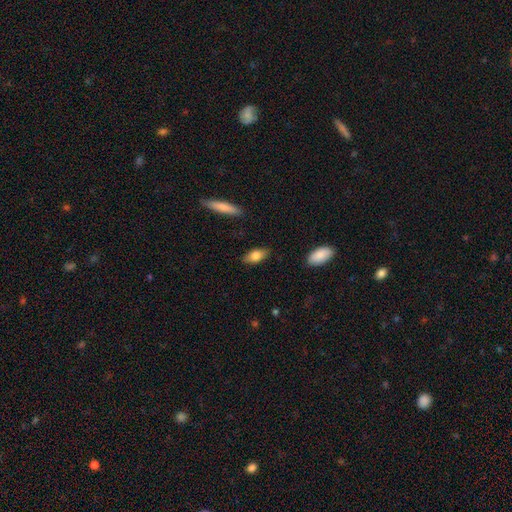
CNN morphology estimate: Overall: smooth (76%). How rounded: in between (84%). Merging: none (86%).